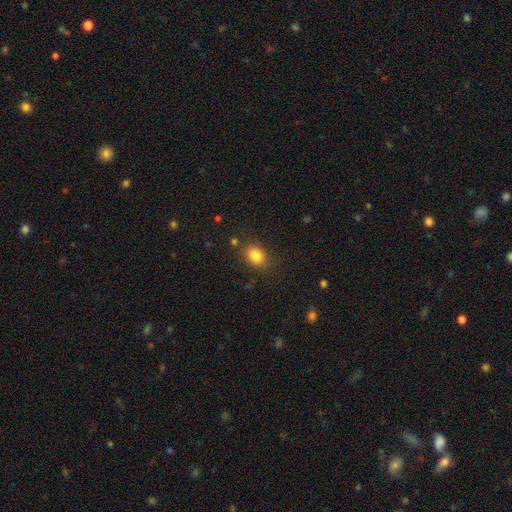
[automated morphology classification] Smooth or featured?
  - smooth: 83% *
  - star or artifact: 11%
  - featured or disk: 6%
How rounded?
  - in between: 61% *
  - round: 38%
  - cigar-shaped: 1%
Merging?
  - none: 81% *
  - minor disturbance: 12%
  - major disturbance: 4%
  - merger: 3%